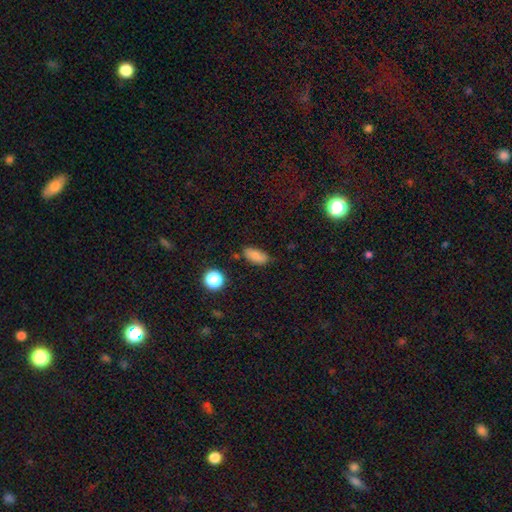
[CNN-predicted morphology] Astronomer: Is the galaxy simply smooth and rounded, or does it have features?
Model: smooth — 83%.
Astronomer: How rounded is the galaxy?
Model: in between — 87%.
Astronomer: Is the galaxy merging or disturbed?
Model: none — 72%.